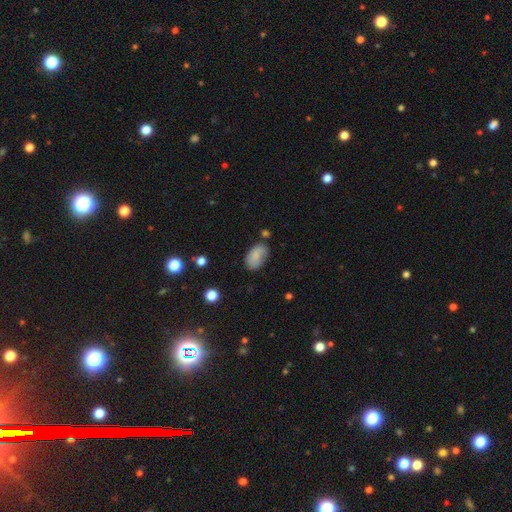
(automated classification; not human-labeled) smooth_or_featured: smooth (p=0.80) [alt: featured or disk p=0.11]
how_rounded: in between (p=0.91) [alt: round p=0.08]
merging: none (p=0.59) [alt: minor disturbance p=0.28]